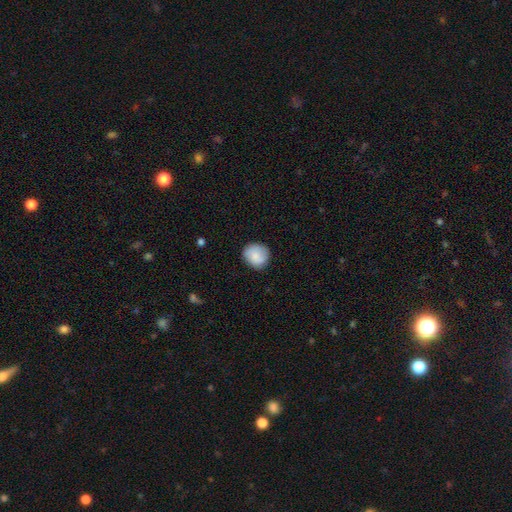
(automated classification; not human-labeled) Smooth or featured? Predicted: smooth (p=0.77). How rounded? Predicted: round (p=0.87). Merging? Predicted: none (p=0.81).